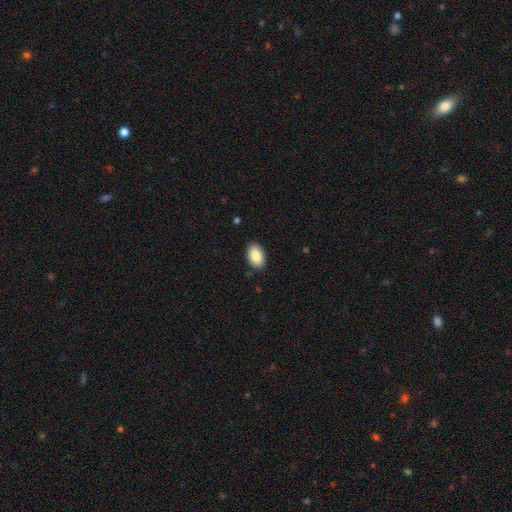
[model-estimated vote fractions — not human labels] Smooth or featured: smooth — 87% (star or artifact — 7%)
How rounded: in between — 93% (round — 6%)
Merging: none — 88% (minor disturbance — 9%)